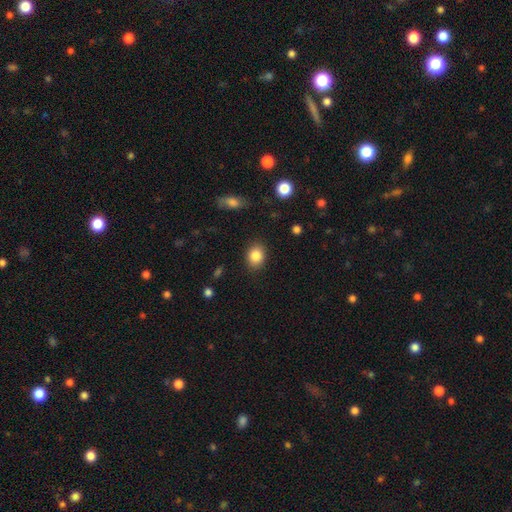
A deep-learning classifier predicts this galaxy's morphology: smooth_or_featured: smooth (p=0.85) [alt: star or artifact p=0.09]
how_rounded: in between (p=0.52) [alt: round p=0.47]
merging: none (p=0.86) [alt: minor disturbance p=0.10]